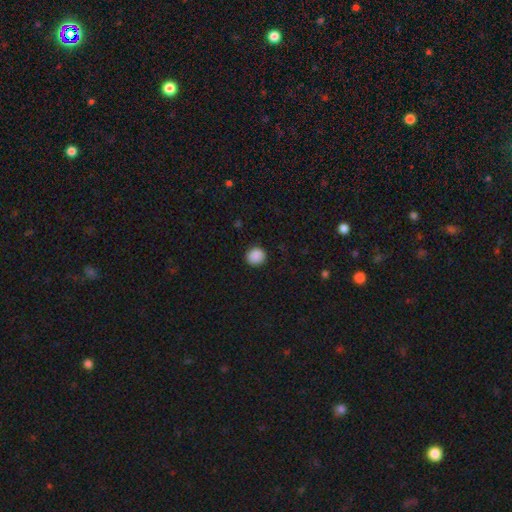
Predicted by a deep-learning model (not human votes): smooth-or-featured: smooth: 89% | star or artifact: 8% | featured or disk: 2%
  how-rounded: round: 91% | in between: 8% | cigar-shaped: 1%
  merging: none: 91% | minor disturbance: 6% | major disturbance: 2% | merger: 1%